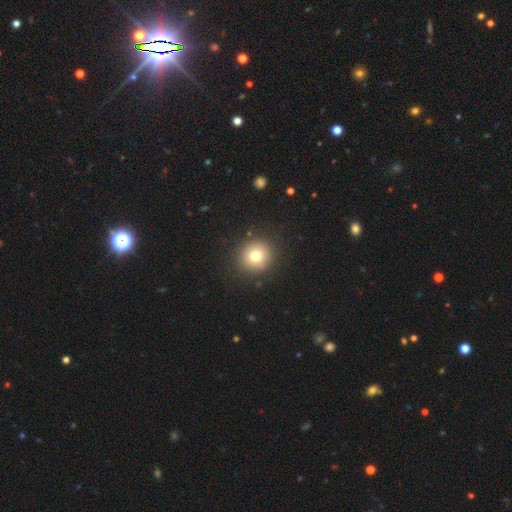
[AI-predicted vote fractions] This appears to be a smooth galaxy with no disk features (76%) that is round (93%). Merging: none (90%).